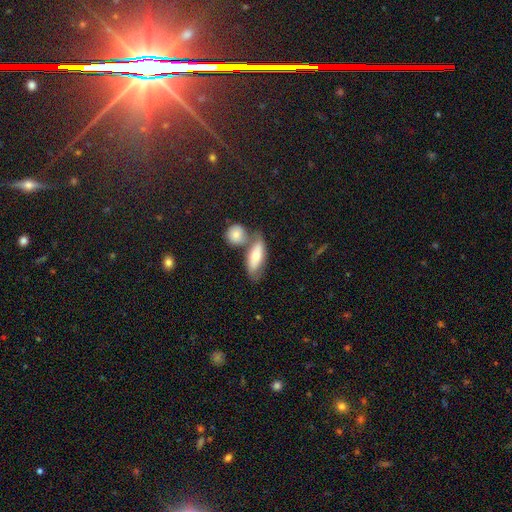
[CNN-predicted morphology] smooth-or-featured: smooth: 69% | featured or disk: 24% | star or artifact: 6%
  how-rounded: in between: 75% | cigar-shaped: 21% | round: 4%
  merging: merger: 43% | none: 40% | minor disturbance: 12% | major disturbance: 5%